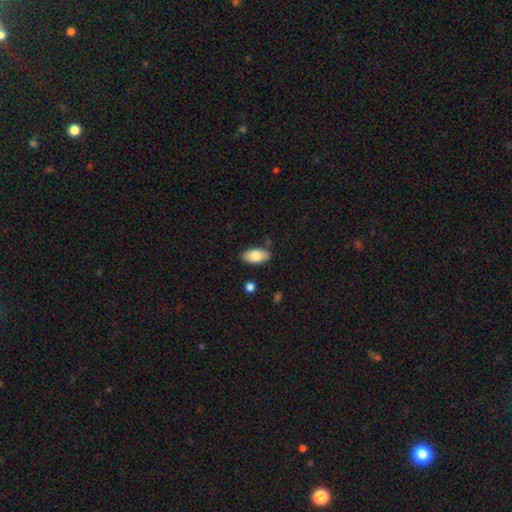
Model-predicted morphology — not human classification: A smooth galaxy with no disk features (82%) that is in between round and cigar-shaped (93%). Merging: none (84%).